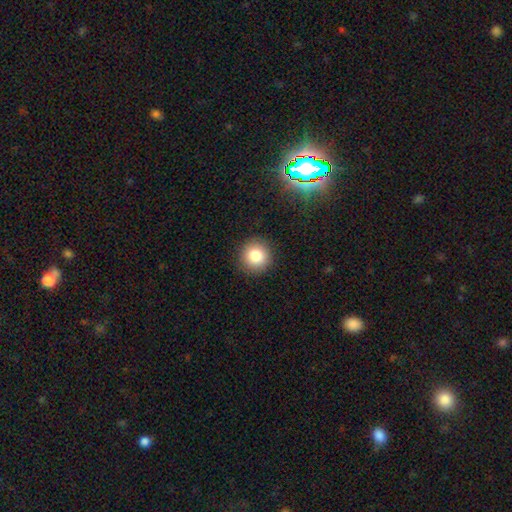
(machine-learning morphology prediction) A smooth galaxy with no disk features (83%) that is round (93%). Merging: none (91%).